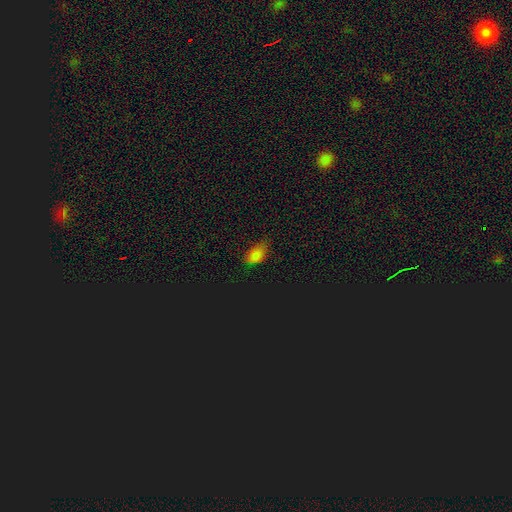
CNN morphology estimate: type=smooth (70%); roundness=in between (87%); merging=none (57%).